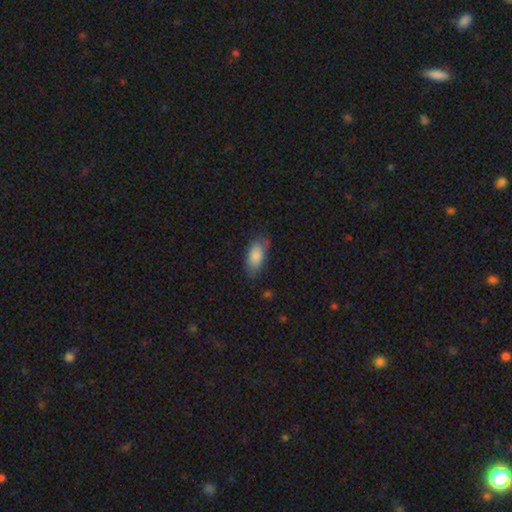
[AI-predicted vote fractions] smooth-or-featured: smooth: 84% | featured or disk: 9% | star or artifact: 7%
  how-rounded: in between: 89% | cigar-shaped: 8% | round: 3%
  merging: none: 69% | minor disturbance: 23% | major disturbance: 6% | merger: 2%